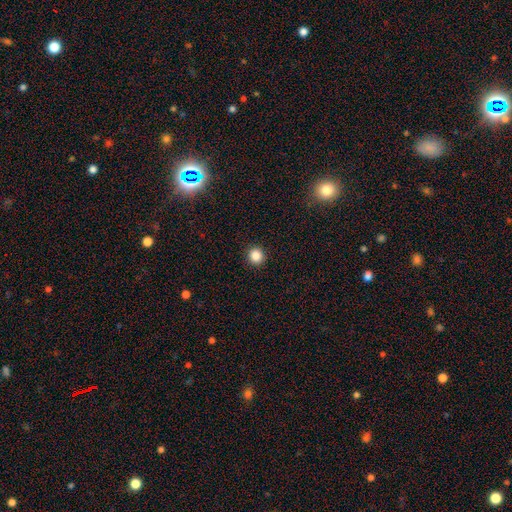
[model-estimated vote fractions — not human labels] Smooth or featured? smooth (86%)
How rounded? round (92%)
Merging? none (93%)